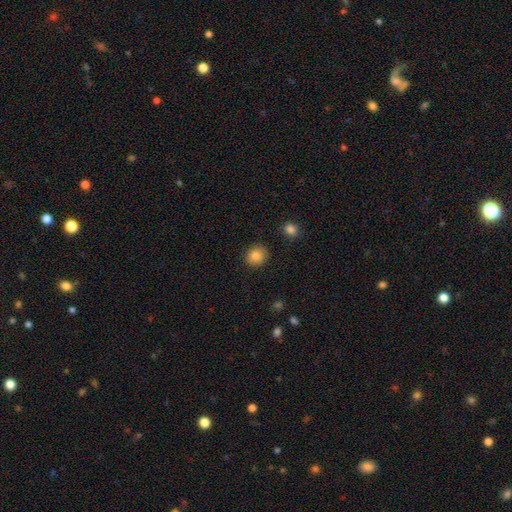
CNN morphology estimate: Smooth or featured: smooth — 84% (star or artifact — 10%)
How rounded: round — 82% (in between — 17%)
Merging: none — 90% (minor disturbance — 7%)